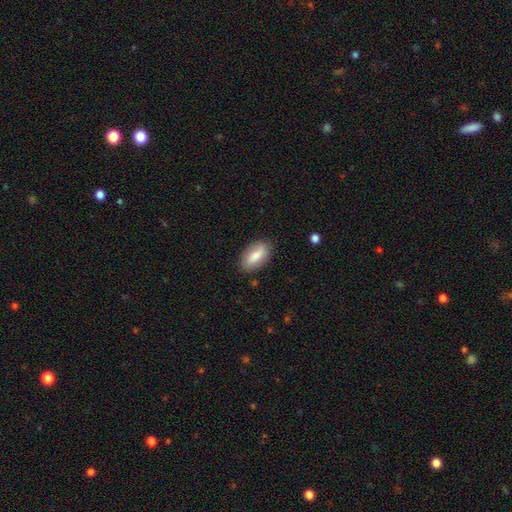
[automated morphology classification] Q: Smooth or featured?
A: smooth (80%); runner-up: featured or disk (14%)
Q: How rounded?
A: in between (91%); runner-up: cigar-shaped (6%)
Q: Merging?
A: none (84%); runner-up: minor disturbance (12%)